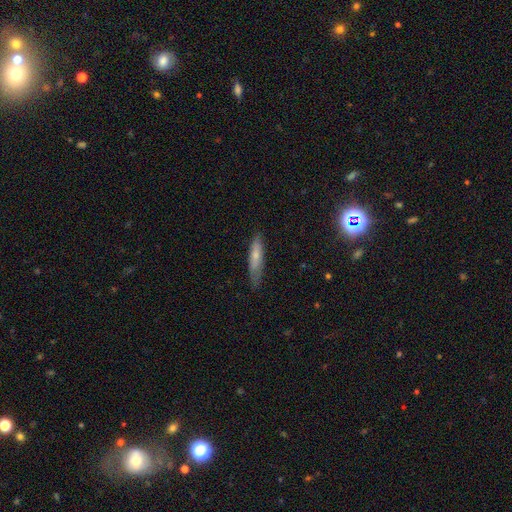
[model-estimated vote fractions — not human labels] The model was most divided on "smooth or featured": smooth: 67%, featured or disk: 27%, star or artifact: 6%. More confident: how rounded — cigar-shaped (80%); merging — none (74%).